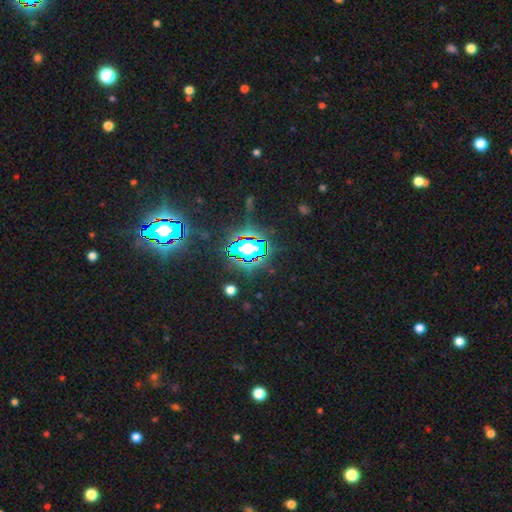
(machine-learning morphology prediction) A star or artifact, not a galaxy (74%).